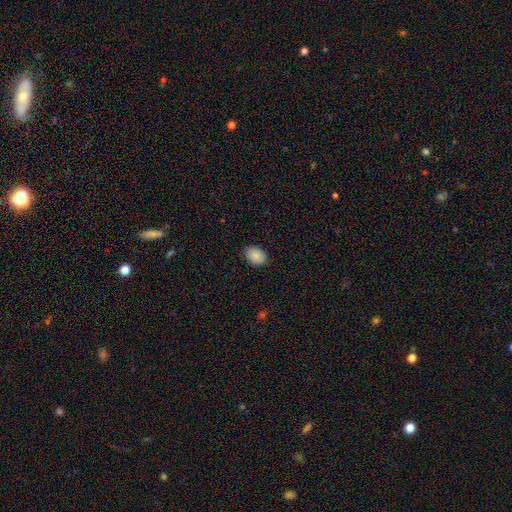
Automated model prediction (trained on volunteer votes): smooth_or_featured: smooth (p=0.88) [alt: star or artifact p=0.07]
how_rounded: in between (p=0.74) [alt: round p=0.25]
merging: none (p=0.88) [alt: minor disturbance p=0.09]